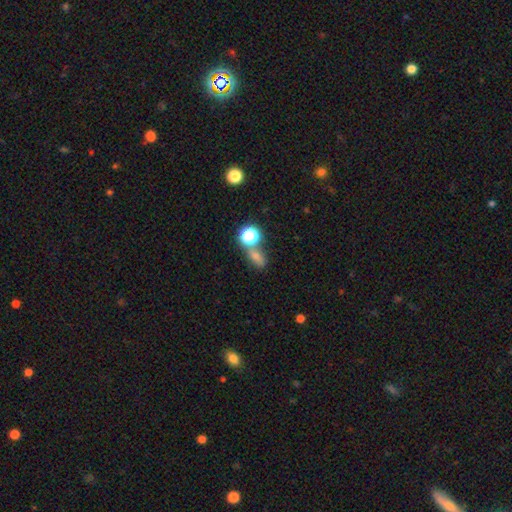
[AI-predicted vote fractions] Smooth or featured? Predicted: smooth (p=0.55). How rounded? Predicted: in between (p=0.50). Merging? Predicted: none (p=0.55).